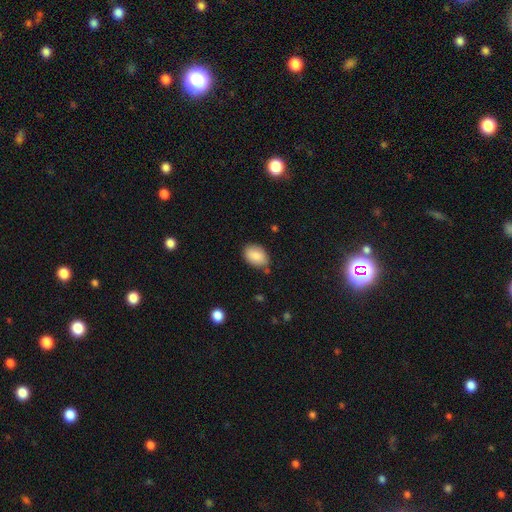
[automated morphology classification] Smooth or featured?
  - smooth: 86% *
  - star or artifact: 7%
  - featured or disk: 6%
How rounded?
  - in between: 83% *
  - round: 15%
  - cigar-shaped: 1%
Merging?
  - none: 80% *
  - minor disturbance: 15%
  - major disturbance: 3%
  - merger: 2%